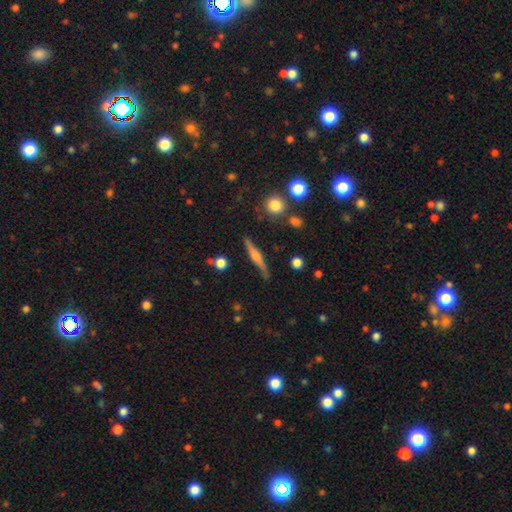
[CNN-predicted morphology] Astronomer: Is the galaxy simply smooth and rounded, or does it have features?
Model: featured or disk — 70%.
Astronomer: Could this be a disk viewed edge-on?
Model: yes — 97%.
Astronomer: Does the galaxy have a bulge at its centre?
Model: rounded — 88%.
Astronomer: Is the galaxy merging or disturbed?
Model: none — 83%.